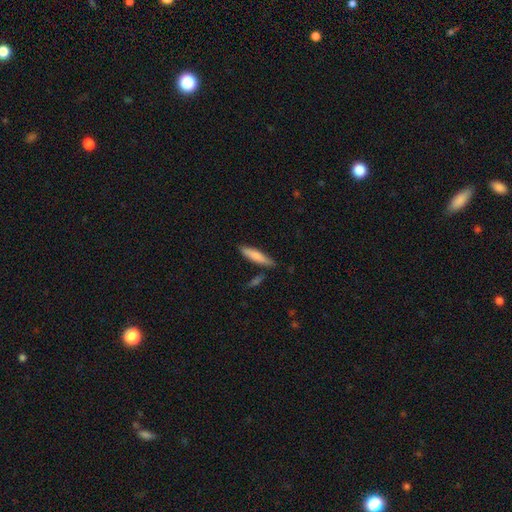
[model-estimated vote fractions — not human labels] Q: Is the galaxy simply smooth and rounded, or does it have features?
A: smooth — 77%.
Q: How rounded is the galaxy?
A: cigar-shaped — 79%.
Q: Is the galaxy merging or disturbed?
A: none — 74%.